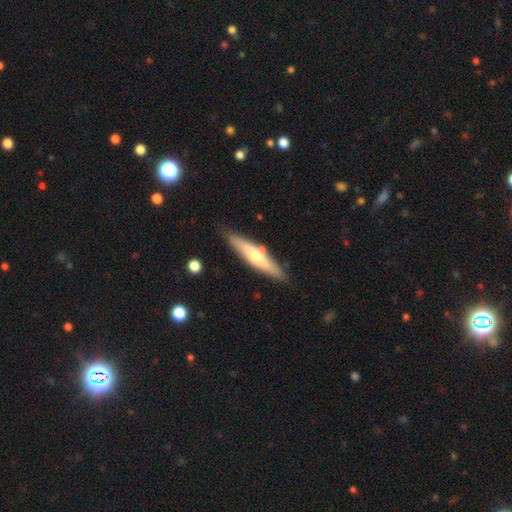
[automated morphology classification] Smooth or featured? smooth (49%)
Merging? none (81%)